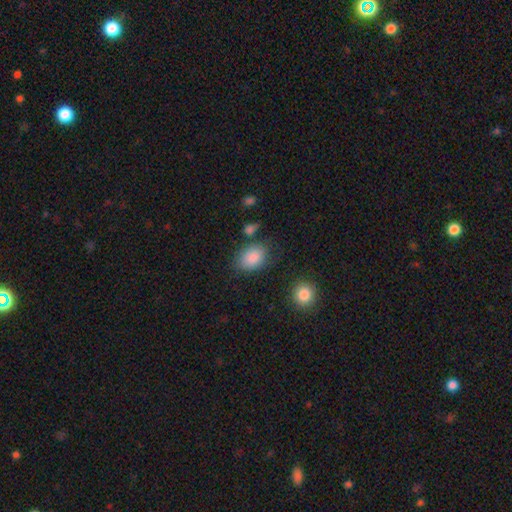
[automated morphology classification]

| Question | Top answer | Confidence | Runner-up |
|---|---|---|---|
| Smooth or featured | smooth | 85% | star or artifact (10%) |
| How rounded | in between | 76% | round (23%) |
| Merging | none | 76% | minor disturbance (15%) |